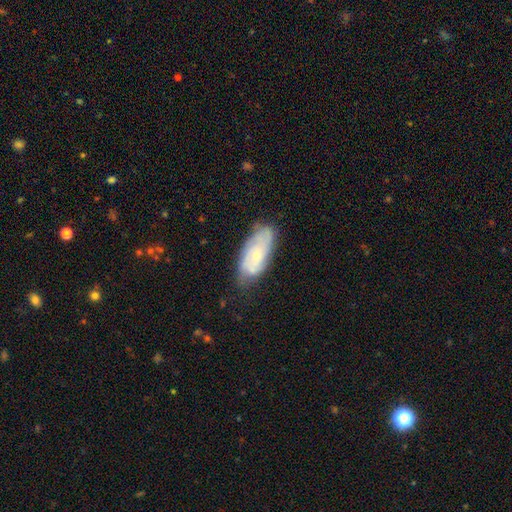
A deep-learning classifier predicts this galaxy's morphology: smooth_or_featured: featured or disk (p=0.56) [alt: smooth p=0.37]
disk_edge_on: no (p=0.90) [alt: yes p=0.10]
bar: no (p=0.76) [alt: weak p=0.21]
has_spiral_arms: yes (p=0.78) [alt: no p=0.22]
bulge_size: small (p=0.67) [alt: moderate p=0.28]
merging: none (p=0.67) [alt: minor disturbance p=0.25]